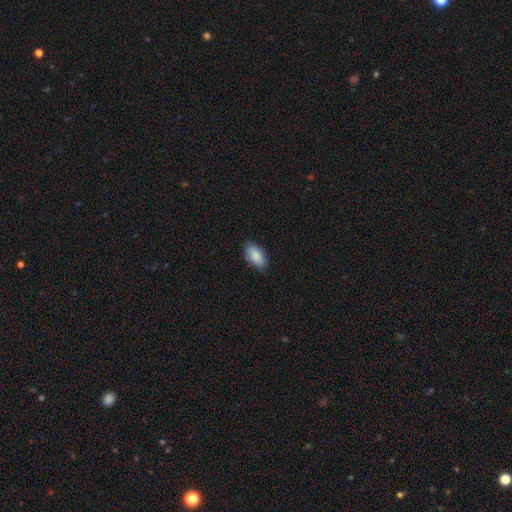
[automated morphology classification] A smooth galaxy with no disk features (88%) that is in between round and cigar-shaped (93%). Merging: none (82%).